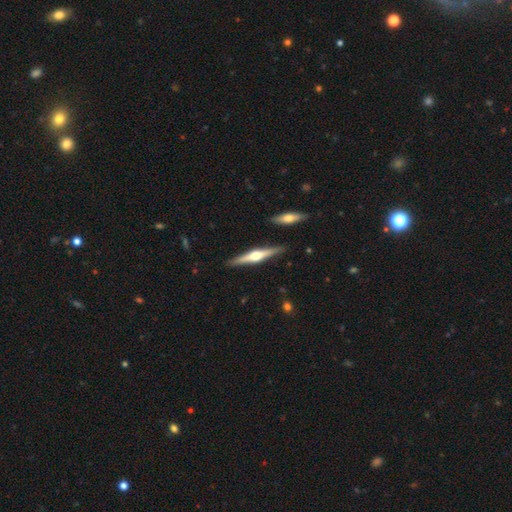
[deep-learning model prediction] featured or disk 73%, smooth 22%, star or artifact 5%. Down the decision tree: edge-on disk — yes (98%); edge-on bulge — rounded (94%); merging — none (89%).